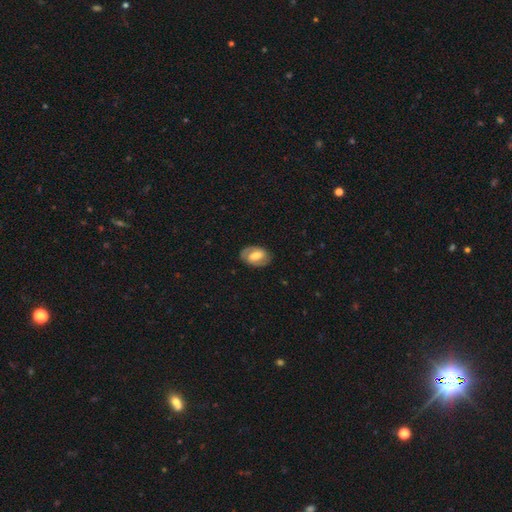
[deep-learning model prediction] This appears to be a featured or disk galaxy (61%) with a weak bar (44%), spiral arms (73%) and a moderate central bulge (58%). Merging: none (83%).